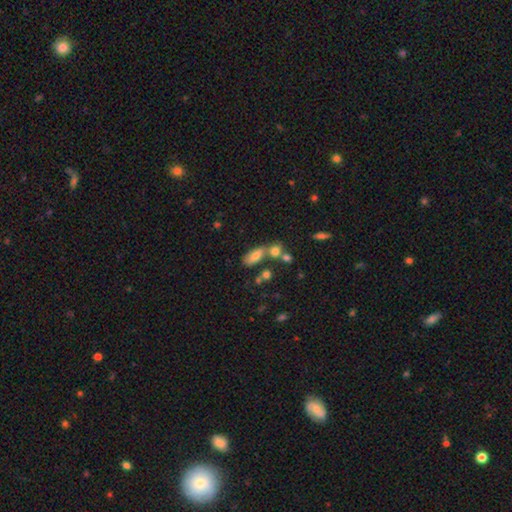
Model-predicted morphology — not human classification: smooth_or_featured: smooth (p=0.71) [alt: featured or disk p=0.17]
how_rounded: in between (p=0.77) [alt: cigar-shaped p=0.18]
merging: none (p=0.43) [alt: merger p=0.36]